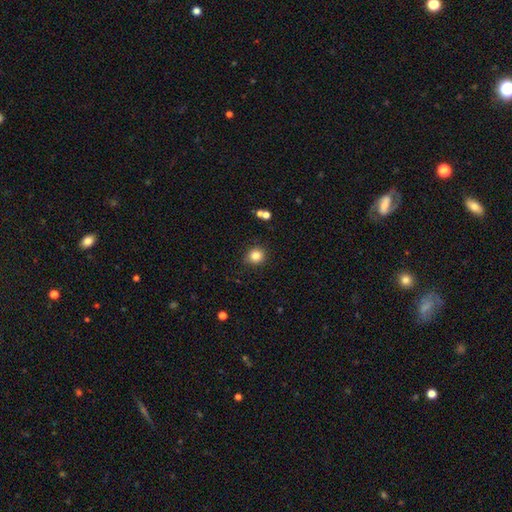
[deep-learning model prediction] Smooth or featured: smooth — 83% (star or artifact — 11%)
How rounded: round — 84% (in between — 15%)
Merging: none — 87% (minor disturbance — 9%)